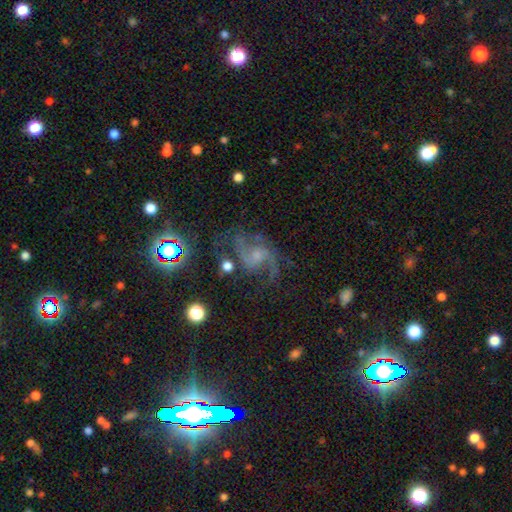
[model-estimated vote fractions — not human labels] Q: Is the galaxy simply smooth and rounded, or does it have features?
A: featured or disk — 78%.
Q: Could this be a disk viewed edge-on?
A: no — 98%.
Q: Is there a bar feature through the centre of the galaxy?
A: no — 56%.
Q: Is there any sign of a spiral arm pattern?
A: yes — 94%.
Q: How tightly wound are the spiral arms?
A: medium — 47%.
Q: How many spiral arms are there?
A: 2 — 72%.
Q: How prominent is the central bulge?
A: small — 46%.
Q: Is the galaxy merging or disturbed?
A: none — 56%.